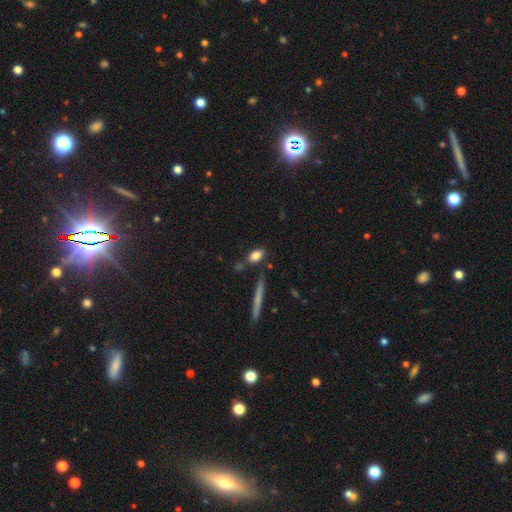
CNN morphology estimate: smooth_or_featured: smooth (p=0.82) [alt: featured or disk p=0.11]
how_rounded: in between (p=0.80) [alt: cigar-shaped p=0.10]
merging: none (p=0.75) [alt: minor disturbance p=0.14]